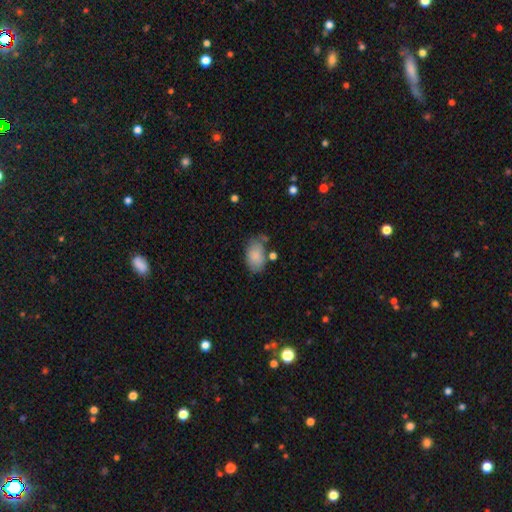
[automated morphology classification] The model was most divided on "merging": none: 59%, minor disturbance: 24%, merger: 9%, major disturbance: 8%. More confident: how rounded — in between (90%); smooth or featured — smooth (86%).